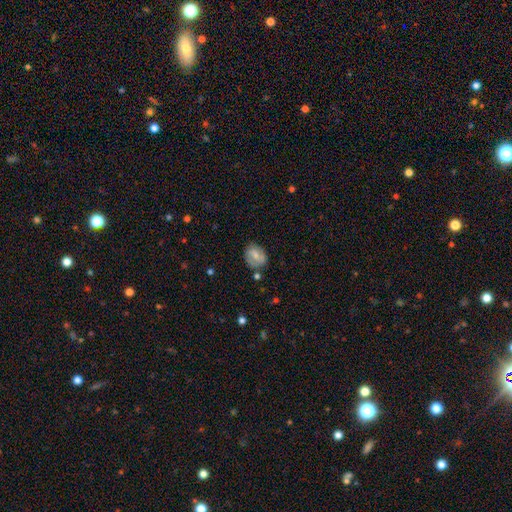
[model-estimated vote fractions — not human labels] A smooth galaxy with no disk features (51%) that is round (51%).

Vote fractions:
- Smooth or featured? smooth: 51% / featured or disk: 41% / star or artifact: 8%
- How rounded? round: 51% / in between: 48% / cigar-shaped: 1%
- Merging? none: 72% / minor disturbance: 19% / major disturbance: 5% / merger: 4%